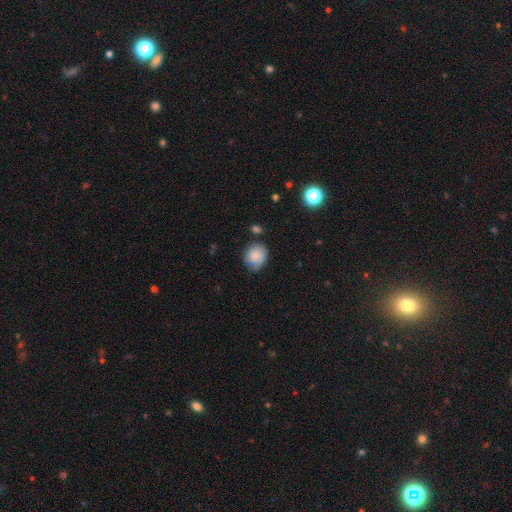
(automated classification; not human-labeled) The model was most divided on "merging": none: 60%, minor disturbance: 29%, major disturbance: 7%, merger: 4%. More confident: smooth or featured — smooth (81%); how rounded — round (70%).